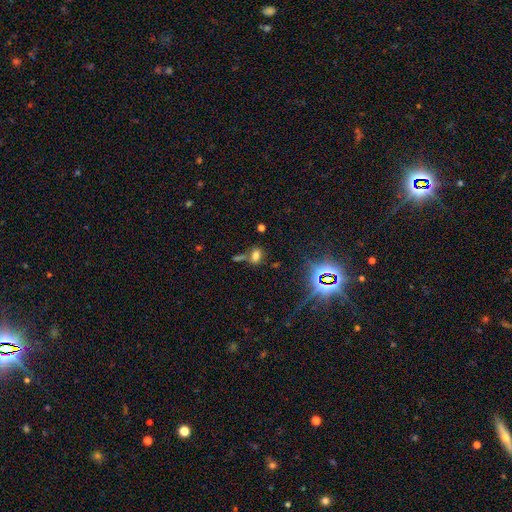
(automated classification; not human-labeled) Smooth or featured: smooth — 67% (star or artifact — 23%)
How rounded: in between — 80% (round — 16%)
Merging: none — 57% (merger — 24%)